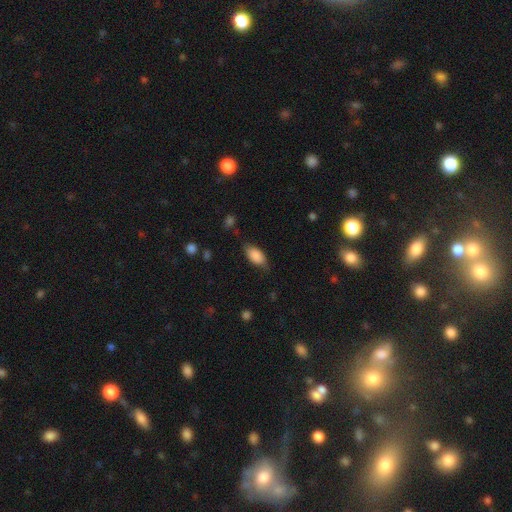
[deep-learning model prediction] A smooth galaxy with no disk features (85%) that is in between round and cigar-shaped (91%). Merging: none (69%).